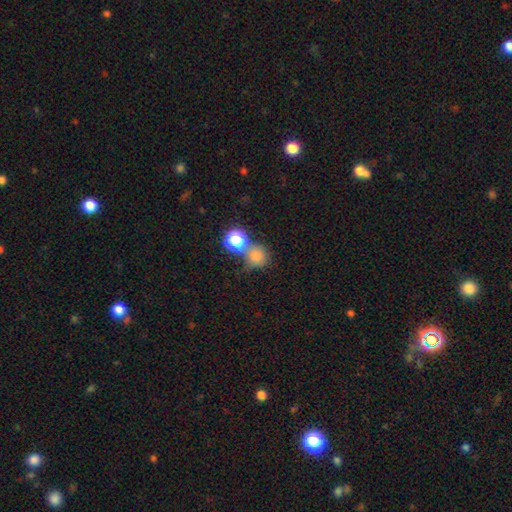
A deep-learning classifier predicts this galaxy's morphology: Smooth or featured? smooth (74%)
How rounded? round (86%)
Merging? none (53%)